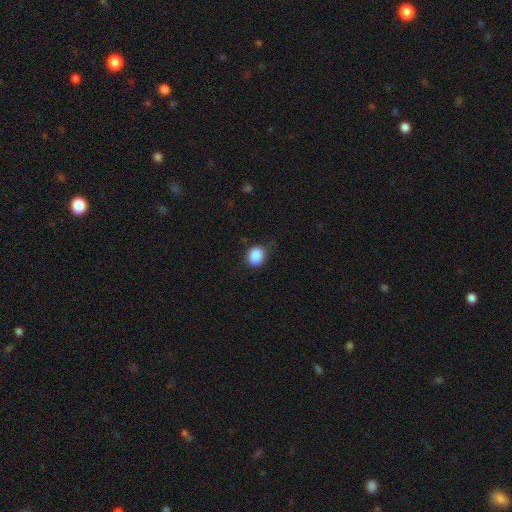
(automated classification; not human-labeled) smooth_or_featured: smooth (p=0.88) [alt: star or artifact p=0.09]
how_rounded: round (p=0.56) [alt: in between p=0.43]
merging: none (p=0.72) [alt: minor disturbance p=0.21]